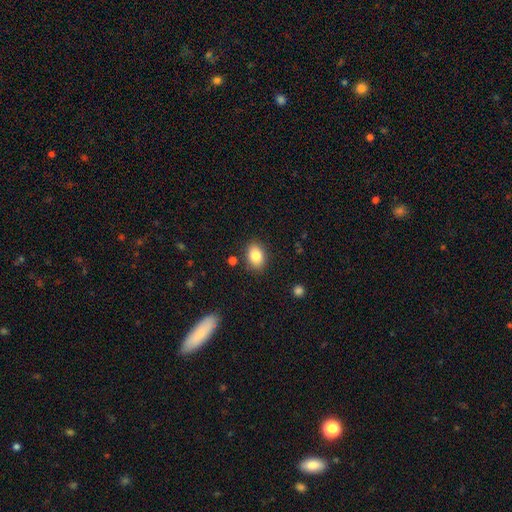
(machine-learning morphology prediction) Smooth or featured? smooth (83%)
How rounded? in between (76%)
Merging? none (86%)